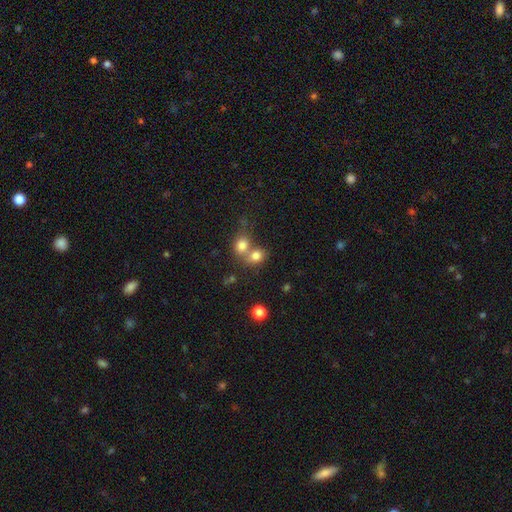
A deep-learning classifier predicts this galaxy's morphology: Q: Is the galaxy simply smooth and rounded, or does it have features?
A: smooth — 78%.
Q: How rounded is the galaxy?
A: round — 66%.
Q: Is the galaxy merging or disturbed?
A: merger — 54%.